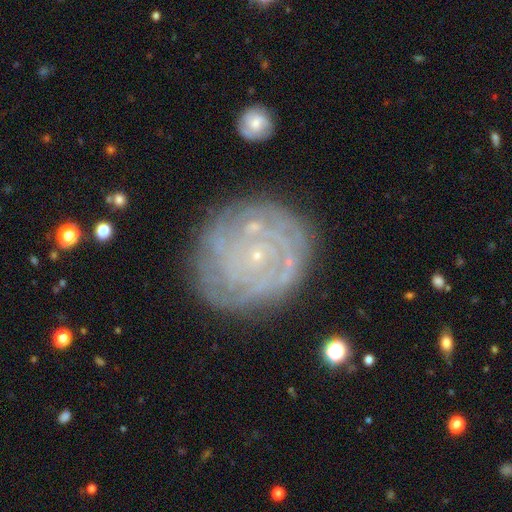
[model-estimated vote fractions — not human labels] A featured or disk galaxy (77%) with no bar (85%), tight (82%) spiral arms (85%) and a small central bulge (89%). Merging: none (76%).